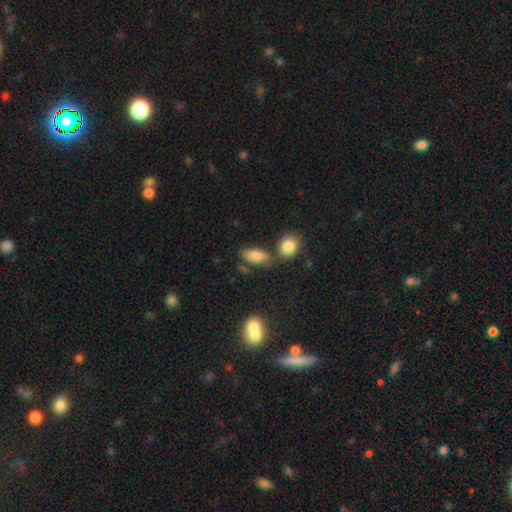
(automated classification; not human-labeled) Smooth or featured: smooth — 83% (featured or disk — 9%)
How rounded: in between — 88% (cigar-shaped — 7%)
Merging: none — 62% (merger — 18%)